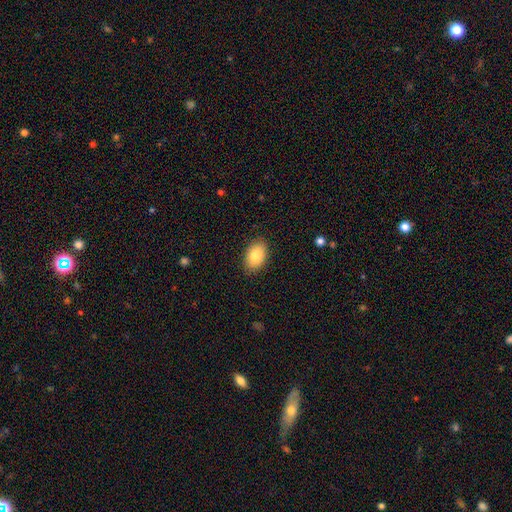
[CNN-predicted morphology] This appears to be a smooth galaxy with no disk features (83%) that is in between round and cigar-shaped (89%). Merging: none (87%).